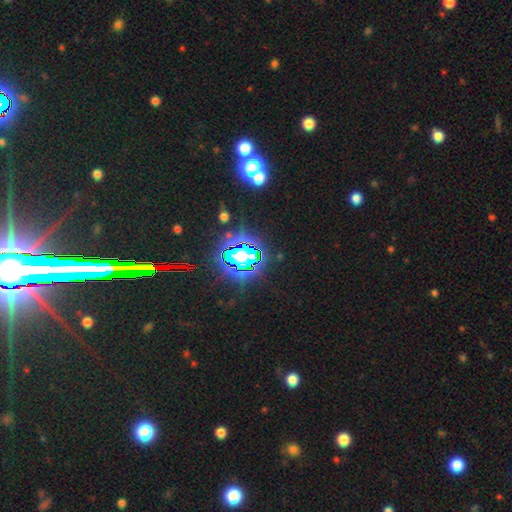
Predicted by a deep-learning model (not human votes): Q: Smooth or featured?
A: star or artifact (76%); runner-up: smooth (14%)